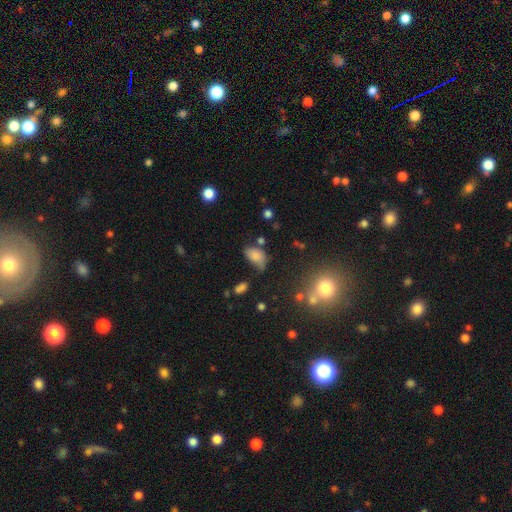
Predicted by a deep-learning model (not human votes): Overall: smooth (76%). How rounded: in between (89%). Merging: none (38%; minor disturbance 36%).